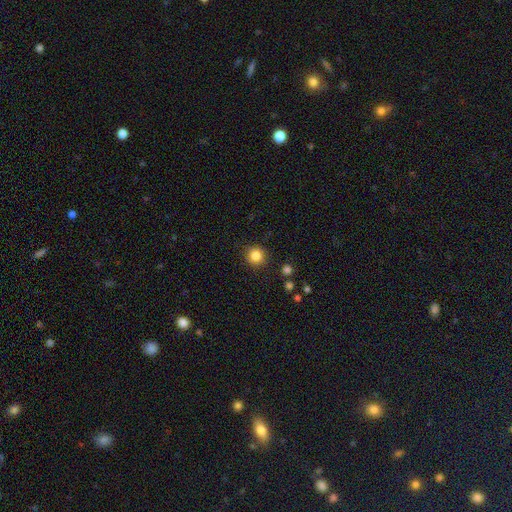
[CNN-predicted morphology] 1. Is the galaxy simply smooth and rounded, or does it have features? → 84% smooth, 11% star or artifact, 4% featured or disk.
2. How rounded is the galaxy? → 94% round, 5% in between, 1% cigar-shaped.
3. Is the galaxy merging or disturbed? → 91% none, 6% minor disturbance, 2% major disturbance, 2% merger.